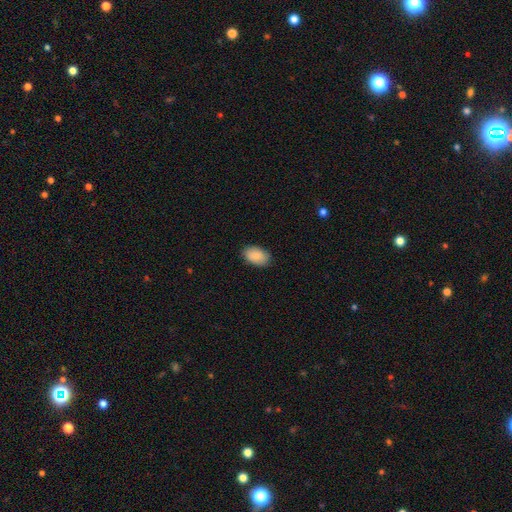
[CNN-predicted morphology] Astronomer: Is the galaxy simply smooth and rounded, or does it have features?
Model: smooth — 88%.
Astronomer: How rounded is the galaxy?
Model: in between — 92%.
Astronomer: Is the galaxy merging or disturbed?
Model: none — 86%.